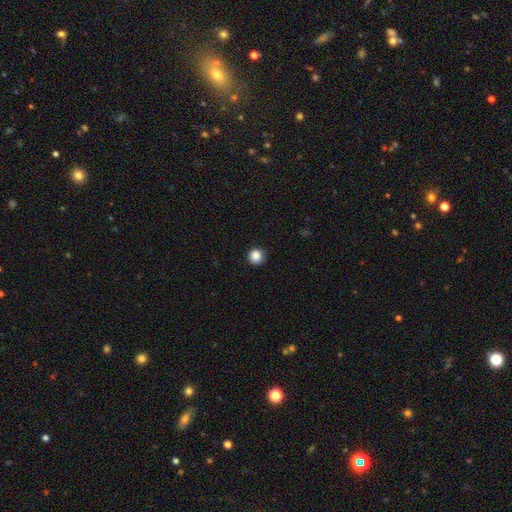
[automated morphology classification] type=smooth (87%); roundness=round (95%); merging=none (91%).